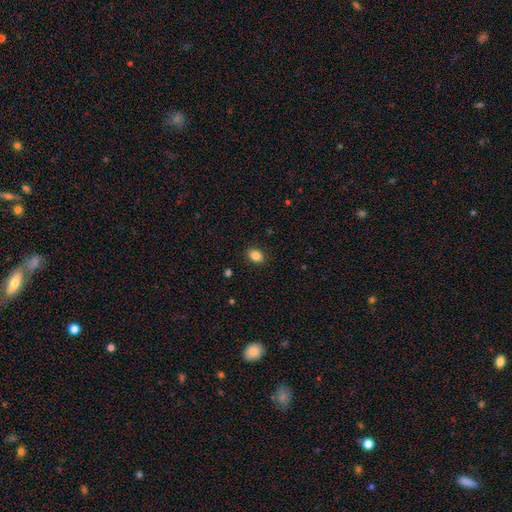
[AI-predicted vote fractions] This appears to be a smooth galaxy with no disk features (85%) that is in between round and cigar-shaped (69%). Merging: none (88%).